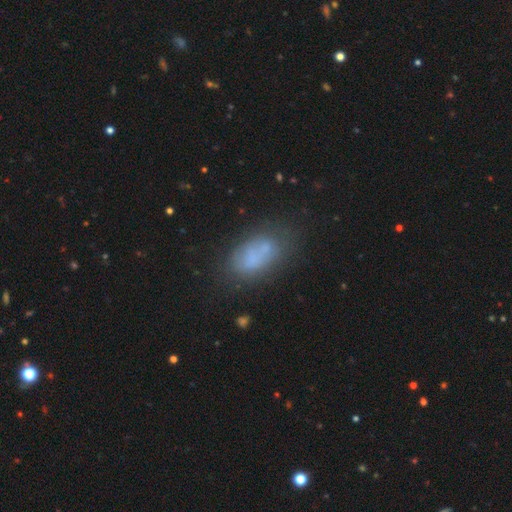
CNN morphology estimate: Smooth or featured: smooth — 64% (featured or disk — 23%)
How rounded: in between — 89% (round — 6%)
Merging: none — 53% (minor disturbance — 21%)